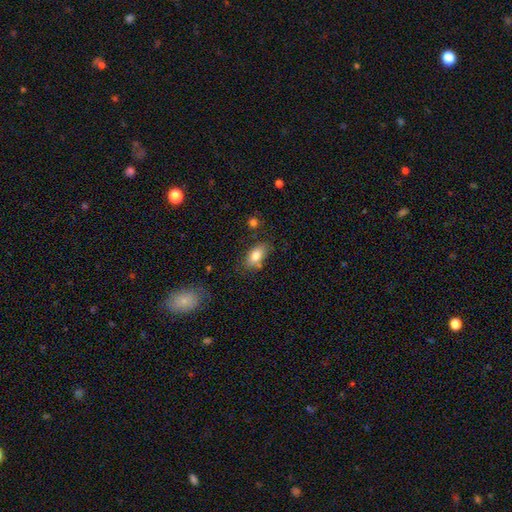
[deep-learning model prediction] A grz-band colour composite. It shows a smooth galaxy with no disk features (81%) that is in between round and cigar-shaped (90%). Merging: none (73%).